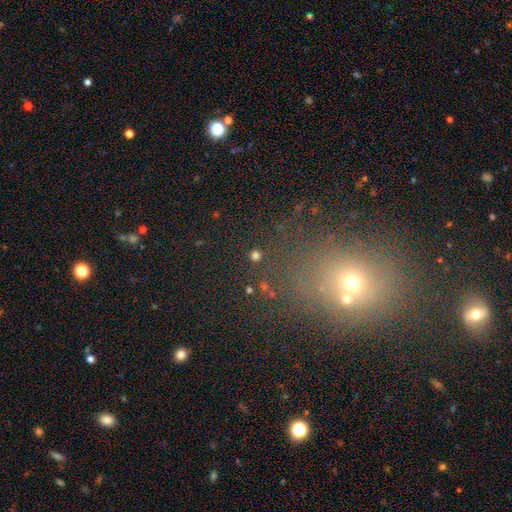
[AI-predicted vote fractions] smooth-or-featured: smooth: 73% | star or artifact: 22% | featured or disk: 5%
  how-rounded: round: 93% | in between: 6% | cigar-shaped: 1%
  merging: none: 88% | minor disturbance: 6% | merger: 4% | major disturbance: 3%